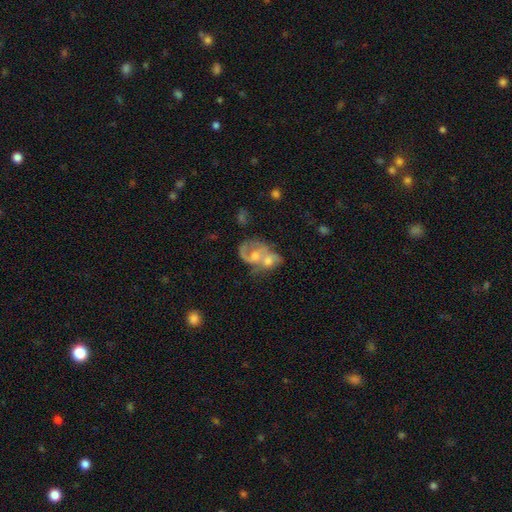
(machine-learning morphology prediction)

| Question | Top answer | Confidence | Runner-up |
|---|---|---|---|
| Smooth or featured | featured or disk | 61% | smooth (30%) |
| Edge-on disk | no | 97% | yes (3%) |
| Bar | no | 70% | weak (24%) |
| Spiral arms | yes | 65% | no (35%) |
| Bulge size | moderate | 58% | small (20%) |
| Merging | merger | 70% | none (13%) |